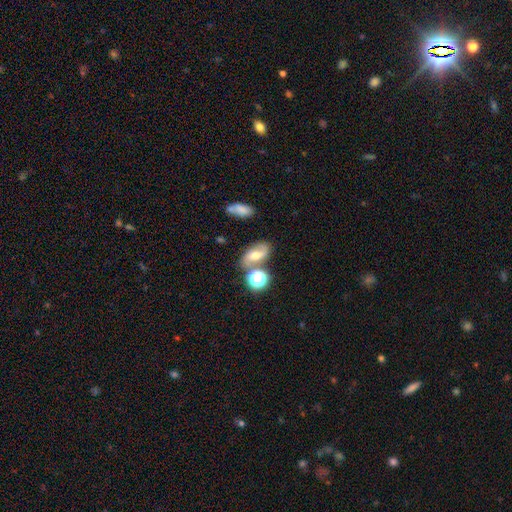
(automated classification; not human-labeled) Smooth or featured? featured or disk (52%)
Edge-on disk? no (95%)
Merging? none (62%)